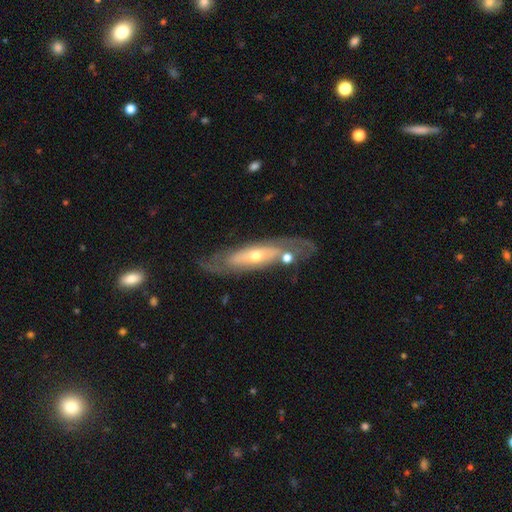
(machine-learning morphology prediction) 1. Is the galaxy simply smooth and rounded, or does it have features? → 73% featured or disk, 21% smooth, 6% star or artifact.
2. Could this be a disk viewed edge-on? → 70% no, 30% yes.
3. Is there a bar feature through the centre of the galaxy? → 71% no, 19% weak, 9% strong.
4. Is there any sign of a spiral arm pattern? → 64% yes, 36% no.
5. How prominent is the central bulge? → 53% moderate, 41% small, 4% large, 1% none, 1% dominant.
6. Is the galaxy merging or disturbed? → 68% none, 17% minor disturbance, 8% major disturbance, 7% merger.